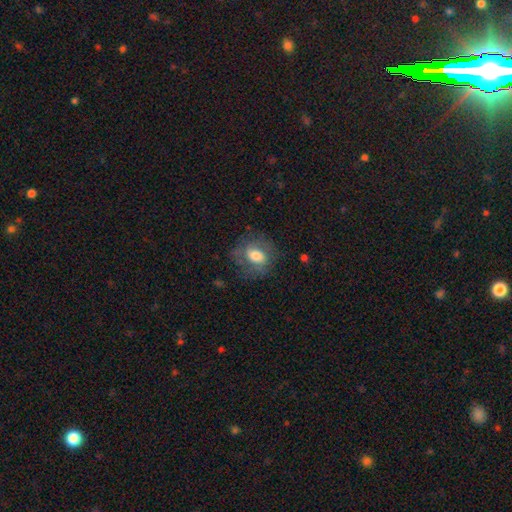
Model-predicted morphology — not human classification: The model was most divided on "how rounded": round: 52%, in between: 46%, cigar-shaped: 1%. More confident: merging — none (66%); smooth or featured — smooth (59%).